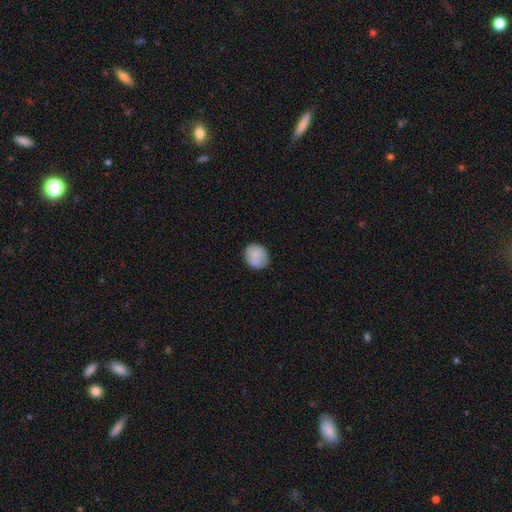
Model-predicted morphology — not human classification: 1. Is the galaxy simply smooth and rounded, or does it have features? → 78% smooth, 15% featured or disk, 7% star or artifact.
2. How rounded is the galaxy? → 76% round, 23% in between, 1% cigar-shaped.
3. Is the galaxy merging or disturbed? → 75% none, 17% minor disturbance, 4% merger, 4% major disturbance.